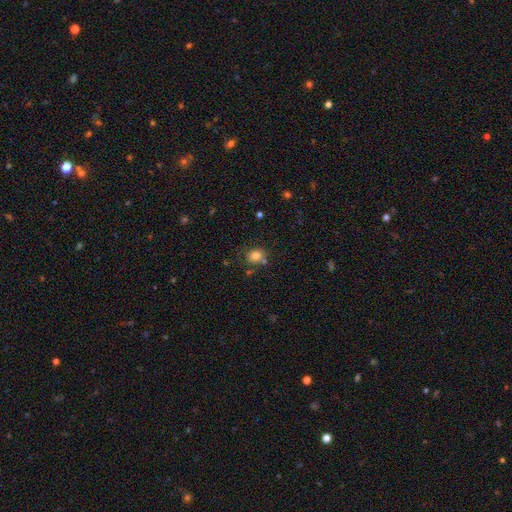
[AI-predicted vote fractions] Smooth or featured: smooth — 80% (star or artifact — 12%)
How rounded: round — 53% (in between — 46%)
Merging: none — 67% (minor disturbance — 15%)